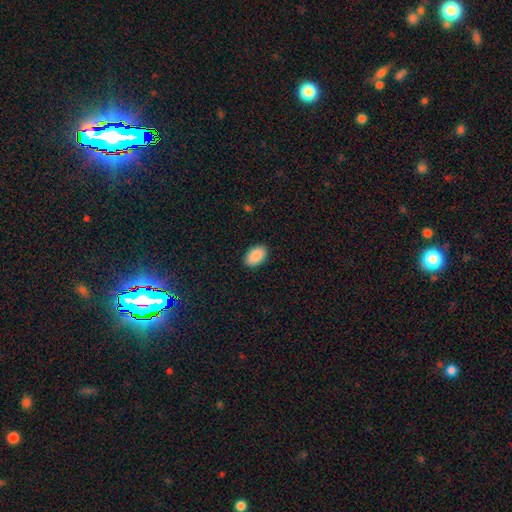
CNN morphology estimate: A smooth galaxy with no disk features (91%) that is in between round and cigar-shaped (92%).

Vote fractions:
- Smooth or featured? smooth: 91% / star or artifact: 6% / featured or disk: 3%
- How rounded? in between: 92% / round: 7% / cigar-shaped: 1%
- Merging? none: 90% / minor disturbance: 8% / major disturbance: 2% / merger: 1%